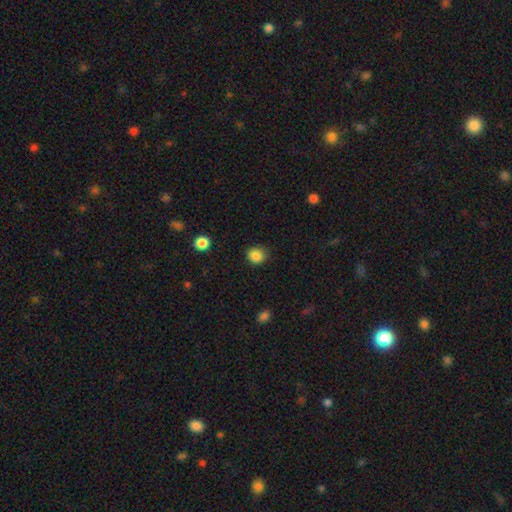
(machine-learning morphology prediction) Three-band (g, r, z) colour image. It shows a smooth galaxy with no disk features (86%) that is round (77%). Merging: none (82%).